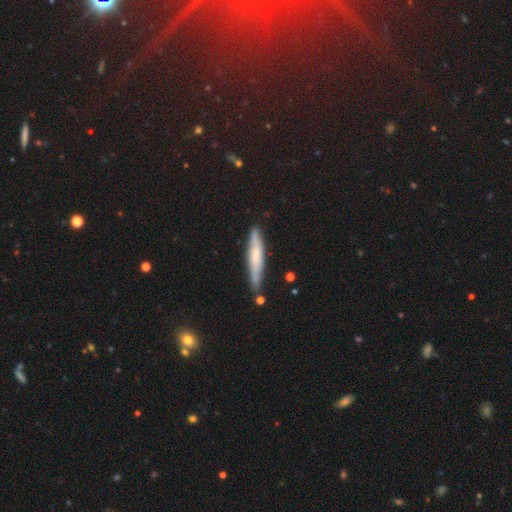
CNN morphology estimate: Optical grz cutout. It shows a smooth galaxy with no disk features (56%) that is cigar-shaped (91%). Merging: none (76%).